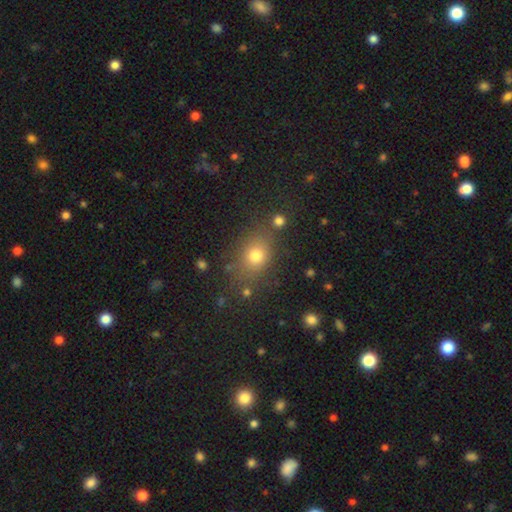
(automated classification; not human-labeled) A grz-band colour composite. It shows a smooth galaxy with no disk features (73%) that is in between round and cigar-shaped (52%). Merging: none (76%).